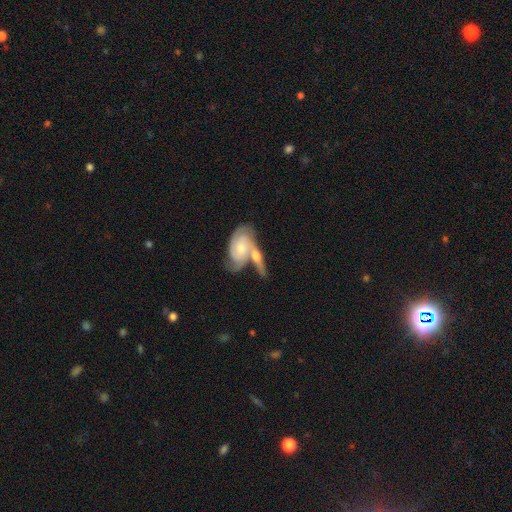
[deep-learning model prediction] Smooth or featured?
  - featured or disk: 65% *
  - smooth: 29%
  - star or artifact: 5%
Edge-on disk?
  - no: 84% *
  - yes: 16%
Bar?
  - no: 67% *
  - weak: 28%
  - strong: 5%
Spiral arms?
  - yes: 86% *
  - no: 14%
Bulge size?
  - moderate: 48% *
  - small: 40%
  - large: 6%
  - none: 4%
  - dominant: 2%
Merging?
  - merger: 57% *
  - none: 27%
  - minor disturbance: 10%
  - major disturbance: 5%